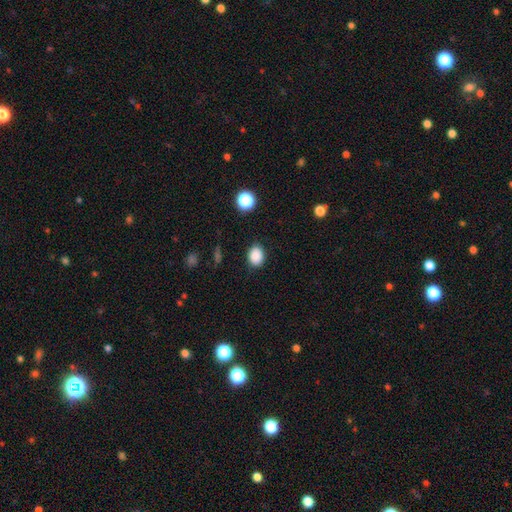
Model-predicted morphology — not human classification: This appears to be a smooth galaxy with no disk features (87%) that is in between round and cigar-shaped (61%). Merging: none (85%).